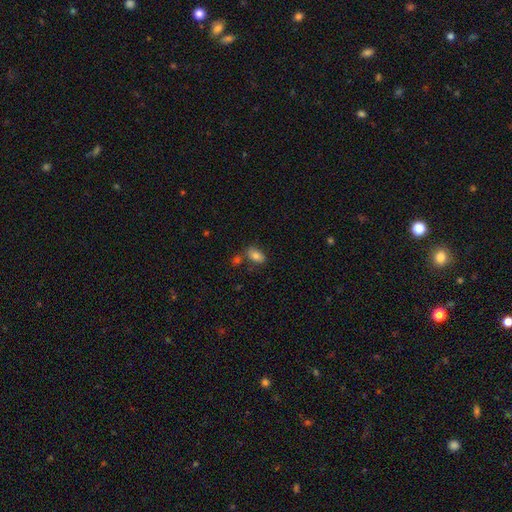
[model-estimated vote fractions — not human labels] Smooth or featured: smooth — 80% (featured or disk — 12%)
How rounded: in between — 90% (round — 8%)
Merging: none — 72% (minor disturbance — 13%)